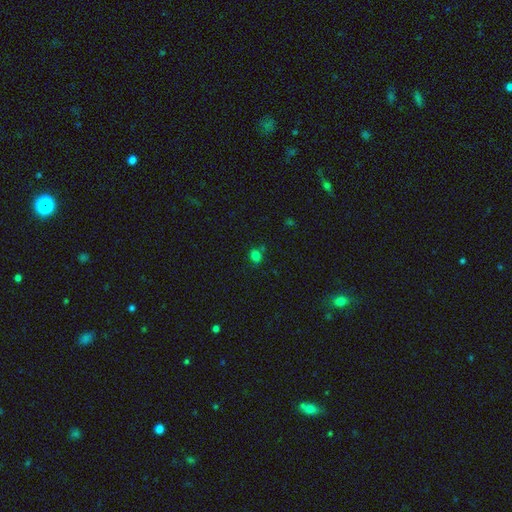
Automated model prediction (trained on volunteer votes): The model was most divided on "how rounded": round: 54%, in between: 44%, cigar-shaped: 1%. More confident: smooth or featured — smooth (76%); merging — none (70%).